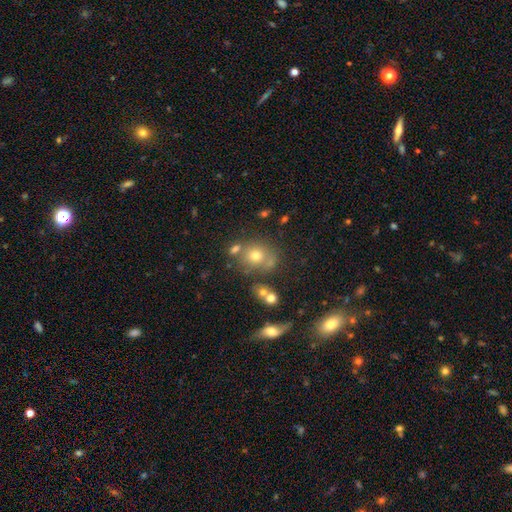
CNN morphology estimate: Q: Smooth or featured?
A: smooth (65%); runner-up: featured or disk (18%)
Q: How rounded?
A: round (75%); runner-up: in between (24%)
Q: Merging?
A: none (61%); runner-up: merger (19%)